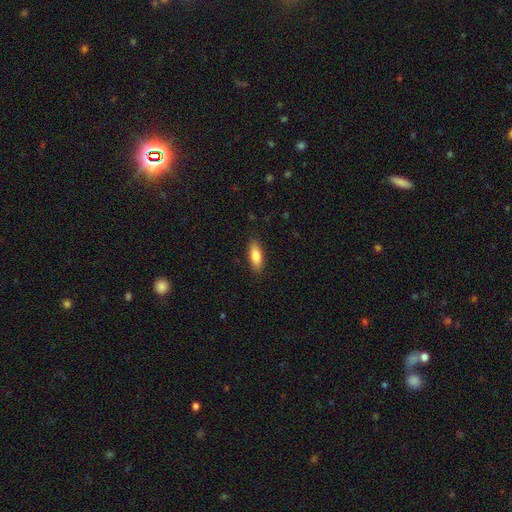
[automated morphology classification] Smooth or featured?
  - smooth: 82% *
  - featured or disk: 11%
  - star or artifact: 6%
How rounded?
  - in between: 72% *
  - cigar-shaped: 25%
  - round: 2%
Merging?
  - none: 87% *
  - minor disturbance: 10%
  - major disturbance: 2%
  - merger: 1%